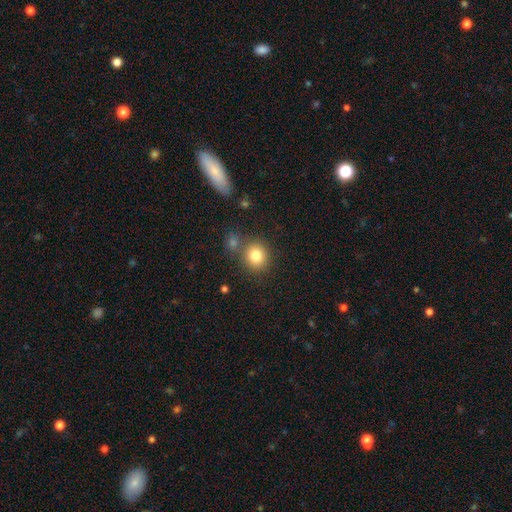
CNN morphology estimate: This is clearly a smooth galaxy (82%). How rounded: clearly round (81%). Merging: likely none (73%).